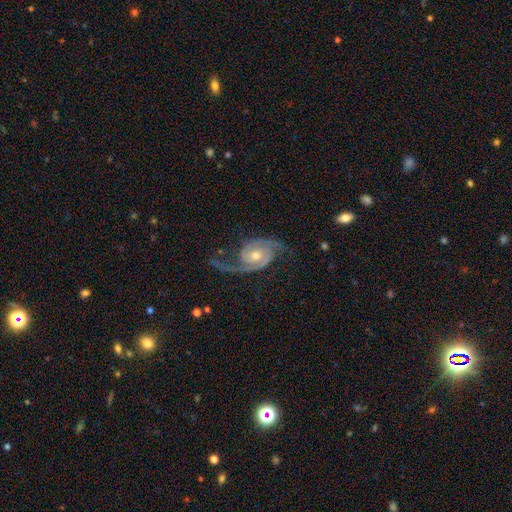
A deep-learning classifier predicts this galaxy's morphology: smooth_or_featured: featured or disk (p=0.92) [alt: star or artifact p=0.04]
disk_edge_on: no (p=0.97) [alt: yes p=0.03]
bar: no (p=0.67) [alt: weak p=0.26]
has_spiral_arms: yes (p=0.98) [alt: no p=0.02]
spiral_winding: medium (p=0.47) [alt: loose p=0.29]
spiral_arm_count: 2 (p=0.91) [alt: 3 p=0.02]
bulge_size: moderate (p=0.63) [alt: small p=0.32]
merging: none (p=0.69) [alt: minor disturbance p=0.17]